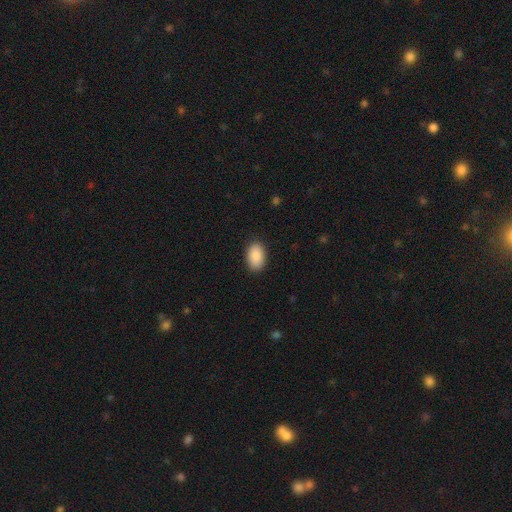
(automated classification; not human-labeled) Smooth or featured?
  - smooth: 90% *
  - star or artifact: 7%
  - featured or disk: 3%
How rounded?
  - in between: 91% *
  - round: 7%
  - cigar-shaped: 1%
Merging?
  - none: 88% *
  - minor disturbance: 9%
  - major disturbance: 2%
  - merger: 1%